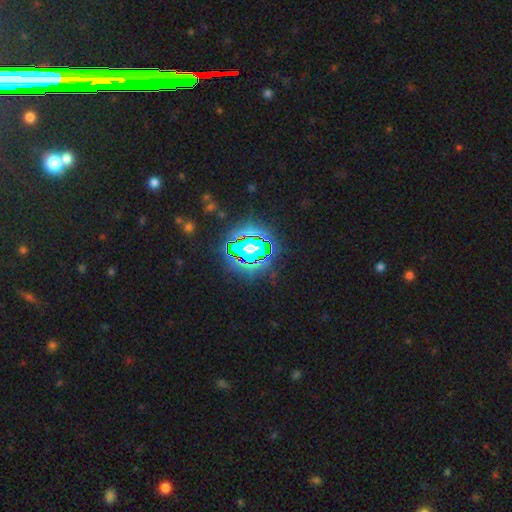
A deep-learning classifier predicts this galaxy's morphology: Smooth or featured? Predicted: star or artifact (p=0.67).